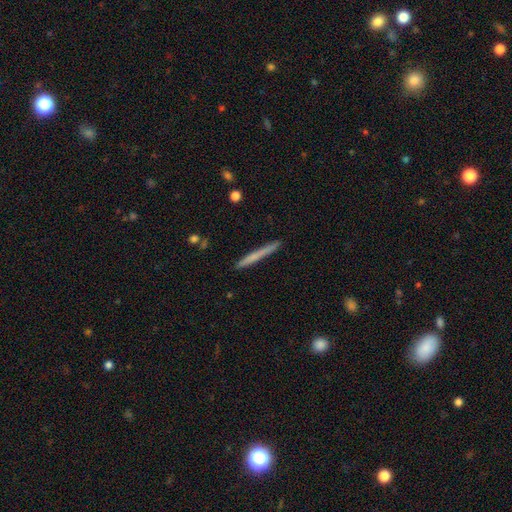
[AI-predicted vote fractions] Smooth or featured?
  - smooth: 60% *
  - featured or disk: 34%
  - star or artifact: 6%
How rounded?
  - cigar-shaped: 97% *
  - in between: 2%
  - round: 1%
Merging?
  - none: 91% *
  - minor disturbance: 7%
  - major disturbance: 1%
  - merger: 1%